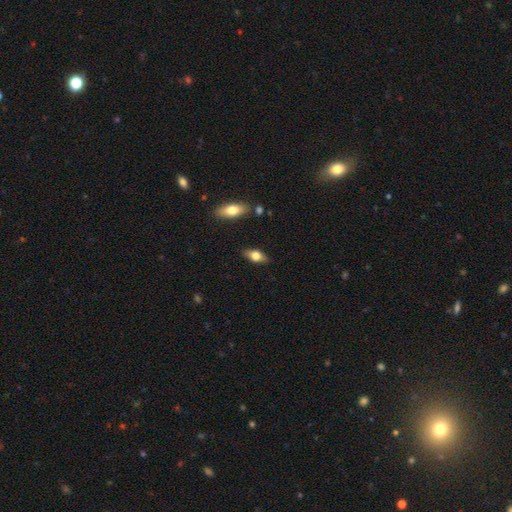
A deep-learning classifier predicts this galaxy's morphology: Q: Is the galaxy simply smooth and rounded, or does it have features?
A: smooth — 69%.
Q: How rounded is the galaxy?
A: in between — 82%.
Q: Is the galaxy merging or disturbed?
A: none — 84%.